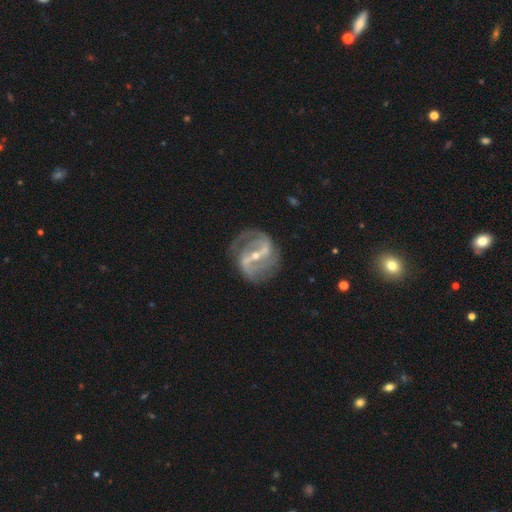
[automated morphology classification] Overall: featured or disk (90%). Edge-on disk: no (96%). Bar: strong (67%). Spiral arms: yes (95%). Spiral arm count: 2 (82%). Spiral winding: medium (47%; tight 28%). Bulge size: small (60%; moderate 37%). Merging: none (71%).